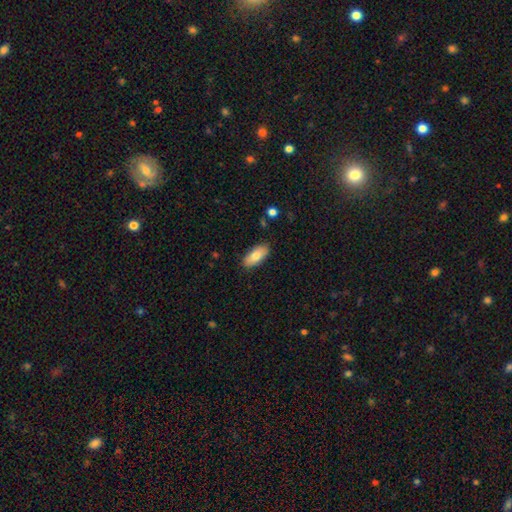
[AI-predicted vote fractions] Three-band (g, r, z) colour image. It shows a smooth galaxy with no disk features (78%) that is in between round and cigar-shaped (87%). Merging: none (87%).